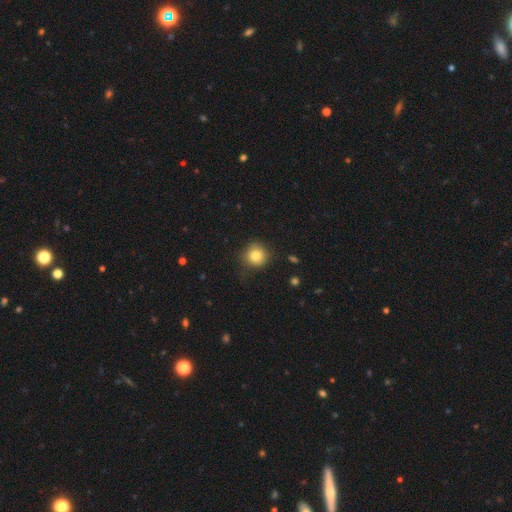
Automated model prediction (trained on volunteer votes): Smooth or featured? Predicted: smooth (p=0.81). How rounded? Predicted: round (p=0.91). Merging? Predicted: none (p=0.80).